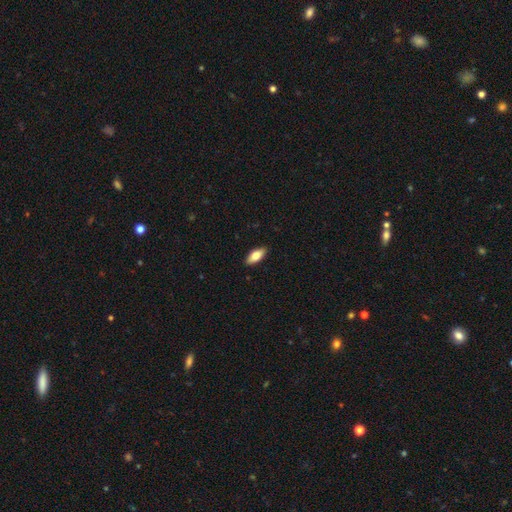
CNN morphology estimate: The model was most divided on "smooth or featured": smooth: 75%, featured or disk: 19%, star or artifact: 6%. More confident: merging — none (89%); how rounded — in between (83%).